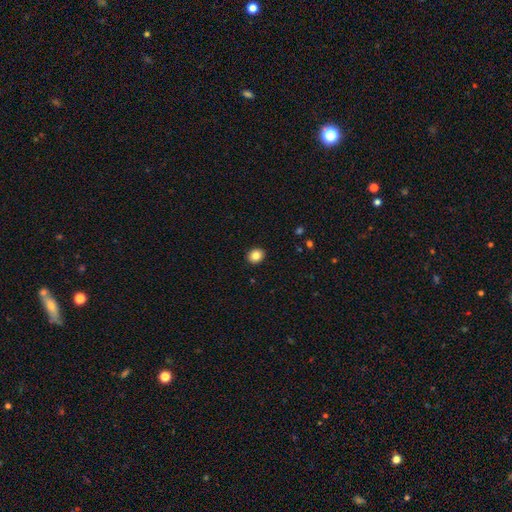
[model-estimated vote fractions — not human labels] smooth_or_featured: smooth (p=0.84) [alt: star or artifact p=0.10]
how_rounded: round (p=0.68) [alt: in between p=0.31]
merging: none (p=0.91) [alt: minor disturbance p=0.06]